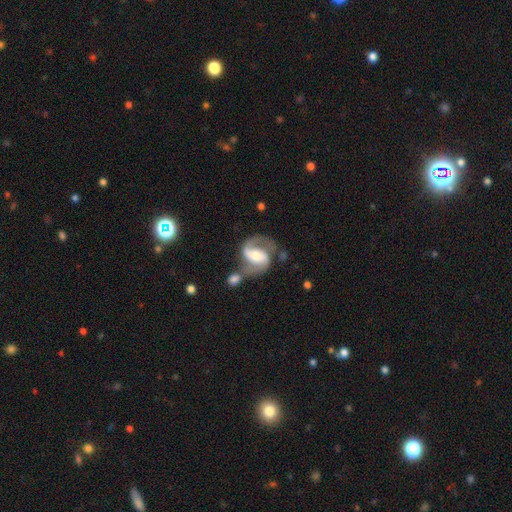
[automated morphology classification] type=featured or disk (84%); edge-on=no (98%); bar=weak (39%); spiral arms=yes (95%); winding=medium (53%); arm count=2 (86%); bulge=moderate (55%); merging=none (46%).